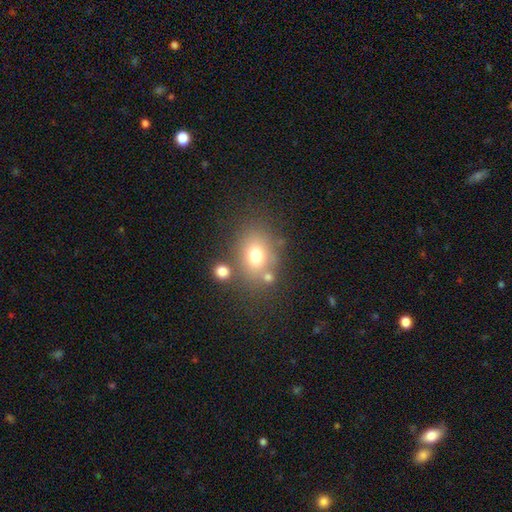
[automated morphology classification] Smooth or featured: smooth — 73% (featured or disk — 14%)
How rounded: in between — 57% (round — 42%)
Merging: none — 66% (minor disturbance — 15%)